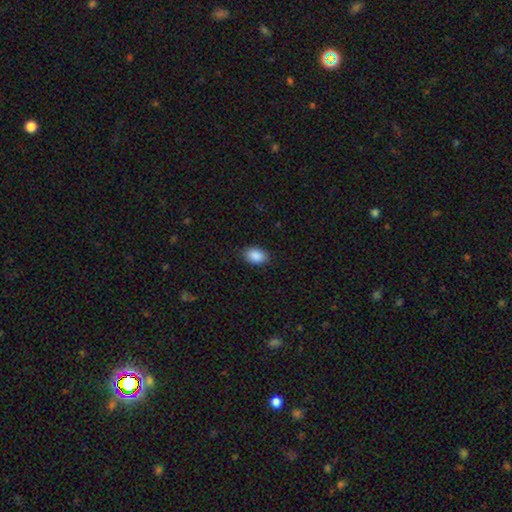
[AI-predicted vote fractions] A smooth galaxy with no disk features (90%) that is in between round and cigar-shaped (85%).

Vote fractions:
- Smooth or featured? smooth: 90% / star or artifact: 7% / featured or disk: 3%
- How rounded? in between: 85% / round: 14% / cigar-shaped: 1%
- Merging? none: 87% / minor disturbance: 10% / major disturbance: 2% / merger: 1%